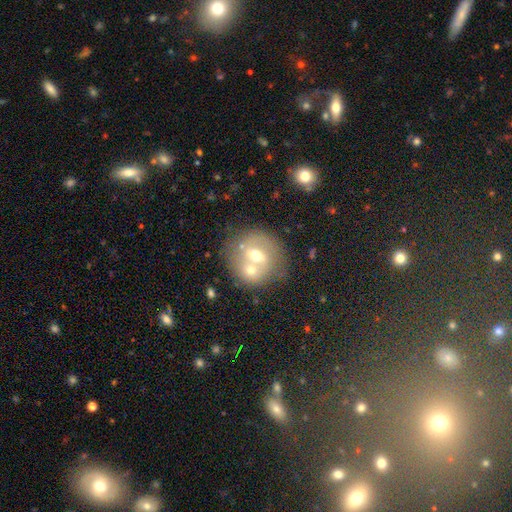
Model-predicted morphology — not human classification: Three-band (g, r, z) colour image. It shows a smooth galaxy with no disk features (47%). Merging: merger (47%).